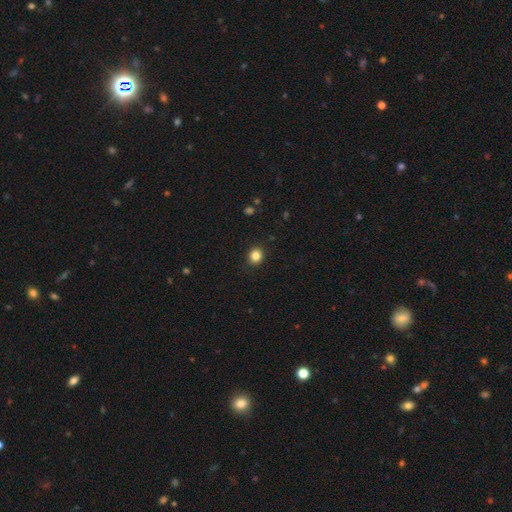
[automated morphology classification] This appears to be a smooth galaxy with no disk features (84%) that is round (85%). Merging: none (92%).